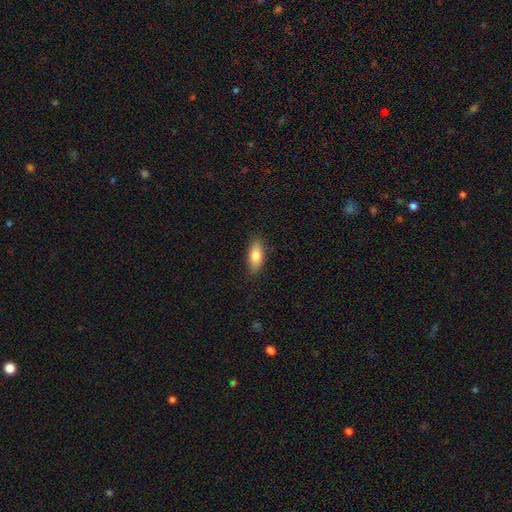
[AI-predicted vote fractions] smooth 82%, featured or disk 11%, star or artifact 6%. Down the decision tree: how rounded — in between (81%); merging — none (86%).